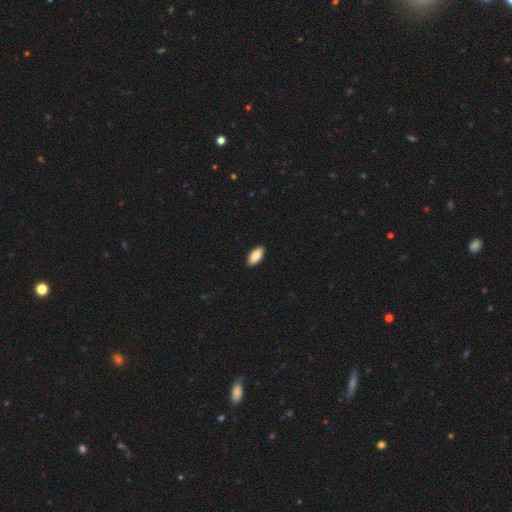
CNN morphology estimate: This appears to be a smooth galaxy with no disk features (88%) that is in between round and cigar-shaped (92%). Merging: none (91%).